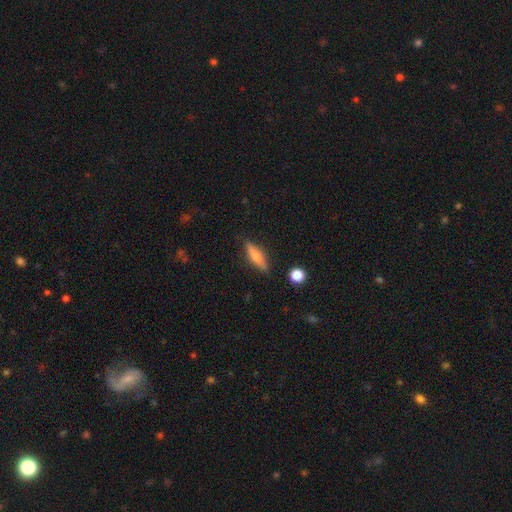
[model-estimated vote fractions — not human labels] A smooth galaxy with no disk features (48%). Merging: none (86%).